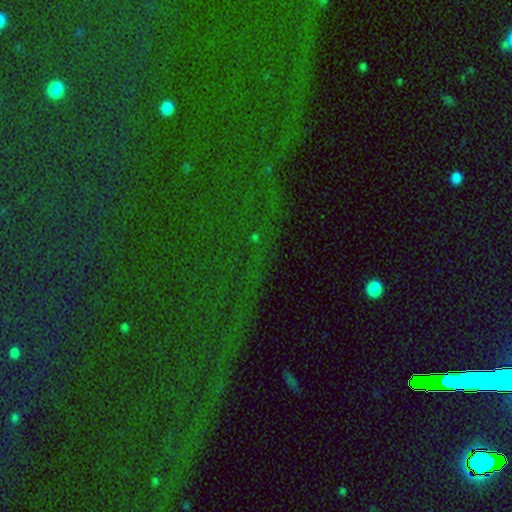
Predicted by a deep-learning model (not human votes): This appears to be a star or artifact, not a galaxy (82%).